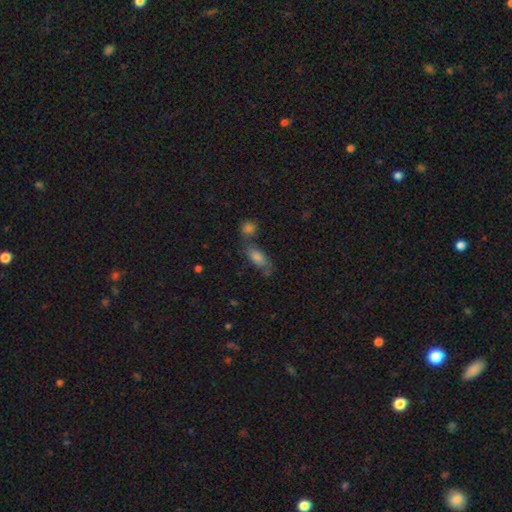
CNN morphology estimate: Smooth or featured? smooth (47%)
Merging? none (51%)